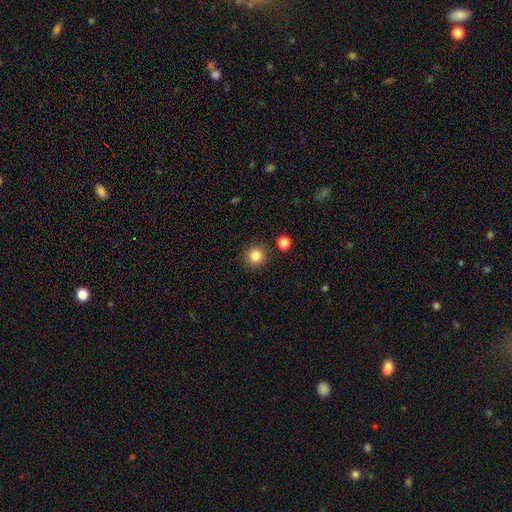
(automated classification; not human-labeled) This is clearly a smooth galaxy (83%). How rounded: clearly round (93%). Merging: clearly none (89%).